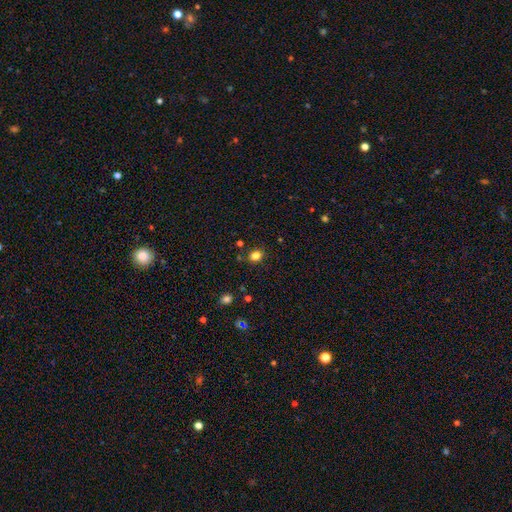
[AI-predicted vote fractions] A smooth galaxy with no disk features (81%) that is round (61%).

Vote fractions:
- Smooth or featured? smooth: 81% / star or artifact: 14% / featured or disk: 5%
- How rounded? round: 61% / in between: 38% / cigar-shaped: 1%
- Merging? none: 83% / minor disturbance: 11% / merger: 3% / major disturbance: 3%